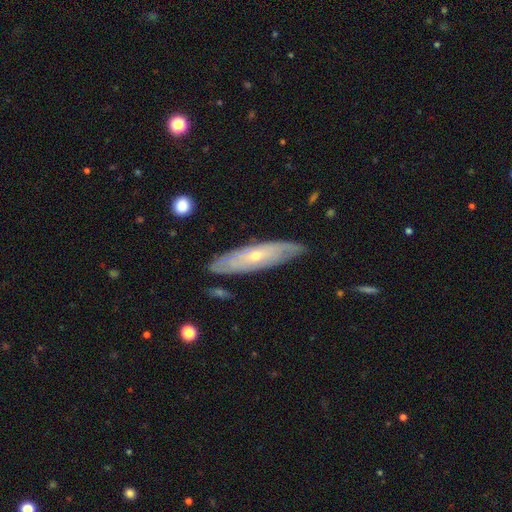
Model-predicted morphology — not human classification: Smooth or featured?
  - featured or disk: 65% *
  - smooth: 30%
  - star or artifact: 6%
Edge-on disk?
  - no: 60% *
  - yes: 40%
Merging?
  - none: 81% *
  - minor disturbance: 14%
  - major disturbance: 3%
  - merger: 2%